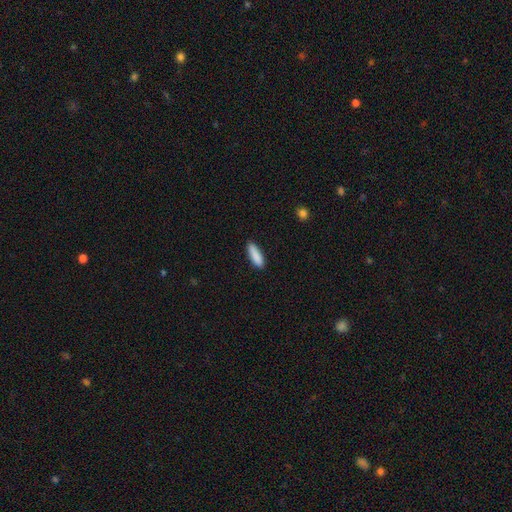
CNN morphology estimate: Smooth or featured: smooth — 89% (star or artifact — 6%)
How rounded: cigar-shaped — 57% (in between — 42%)
Merging: none — 88% (minor disturbance — 9%)